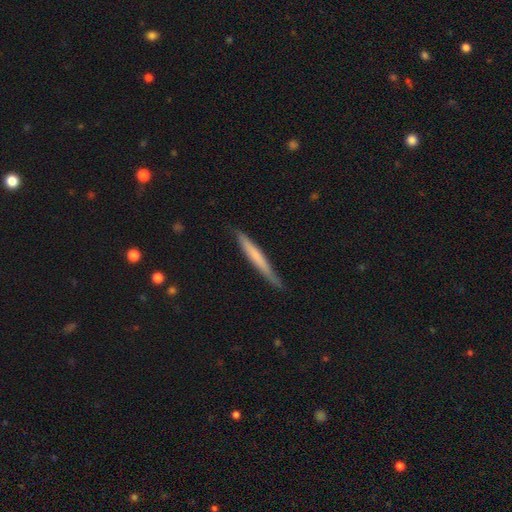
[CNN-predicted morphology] Smooth or featured: smooth — 57% (featured or disk — 38%)
How rounded: cigar-shaped — 96% (in between — 3%)
Merging: none — 80% (minor disturbance — 16%)